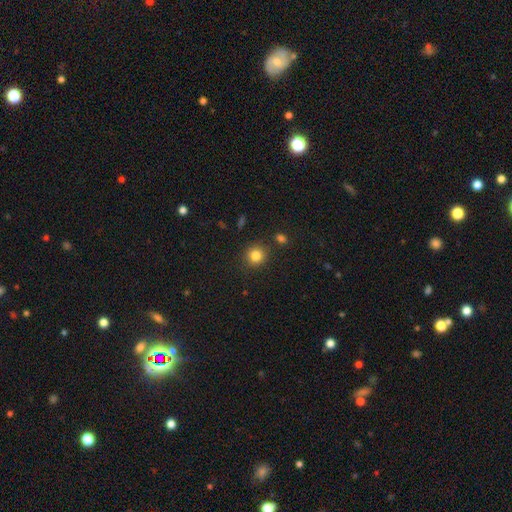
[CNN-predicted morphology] Smooth or featured? Predicted: smooth (p=0.83). How rounded? Predicted: round (p=0.90). Merging? Predicted: none (p=0.86).